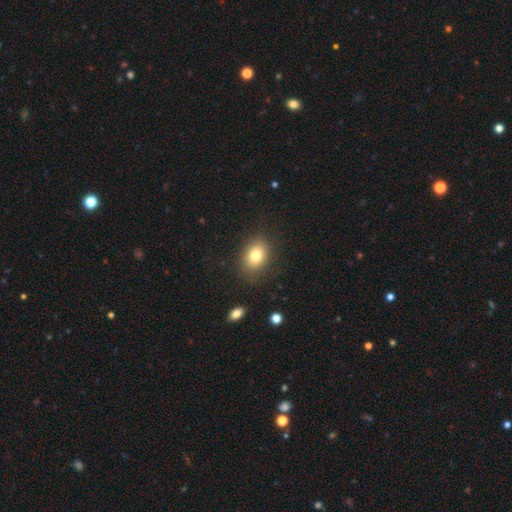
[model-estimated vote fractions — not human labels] Smooth or featured? Predicted: smooth (p=0.79). How rounded? Predicted: in between (p=0.71). Merging? Predicted: none (p=0.84).